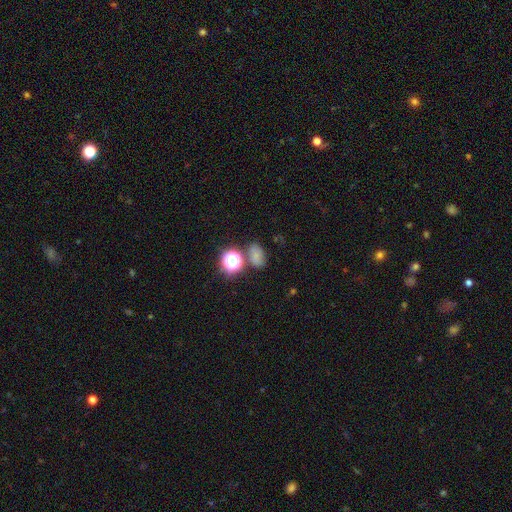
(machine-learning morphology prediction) A smooth galaxy with no disk features (61%) that is in between round and cigar-shaped (68%).

Vote fractions:
- Smooth or featured? smooth: 61% / star or artifact: 27% / featured or disk: 12%
- How rounded? in between: 68% / round: 30% / cigar-shaped: 2%
- Merging? none: 62% / minor disturbance: 17% / merger: 14% / major disturbance: 7%